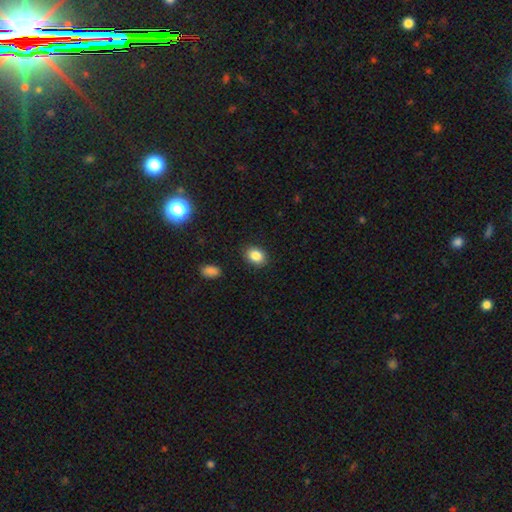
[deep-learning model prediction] Smooth or featured? smooth (85%)
How rounded? in between (59%)
Merging? none (89%)